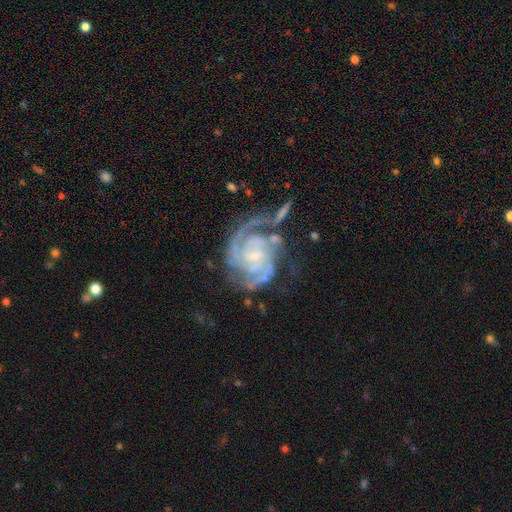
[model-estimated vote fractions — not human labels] Smooth or featured? Predicted: featured or disk (p=0.92). Edge-on disk? Predicted: no (p=0.98). Bar? Predicted: no (p=0.50). Spiral arms? Predicted: yes (p=0.98). Spiral winding? Predicted: tight (p=0.67). Spiral arm count? Predicted: 2 (p=0.52). Bulge size? Predicted: small (p=0.67). Merging? Predicted: none (p=0.50).